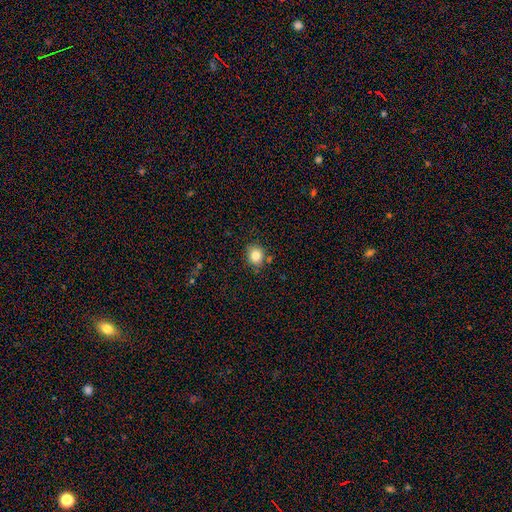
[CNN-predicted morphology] Smooth or featured? smooth (83%)
How rounded? round (75%)
Merging? none (81%)